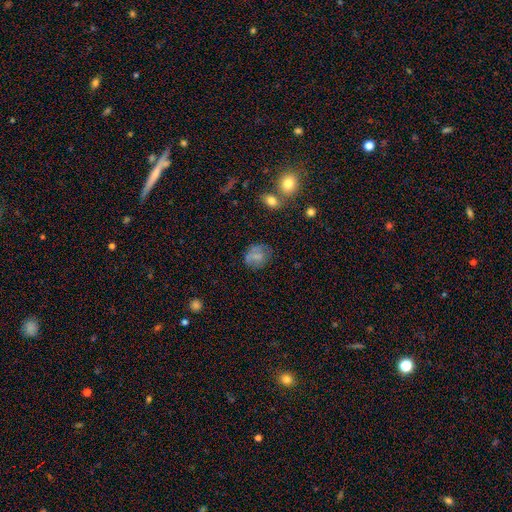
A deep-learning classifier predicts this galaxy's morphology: Smooth or featured? Predicted: smooth (p=0.69). How rounded? Predicted: round (p=0.59). Merging? Predicted: none (p=0.62).